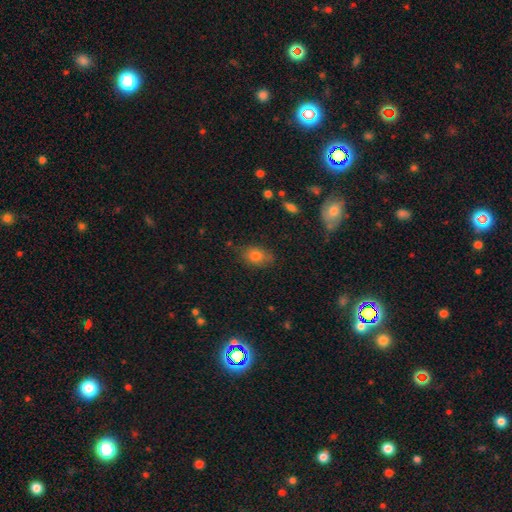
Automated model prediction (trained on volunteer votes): Overall: smooth (80%). How rounded: in between (78%). Merging: none (72%).